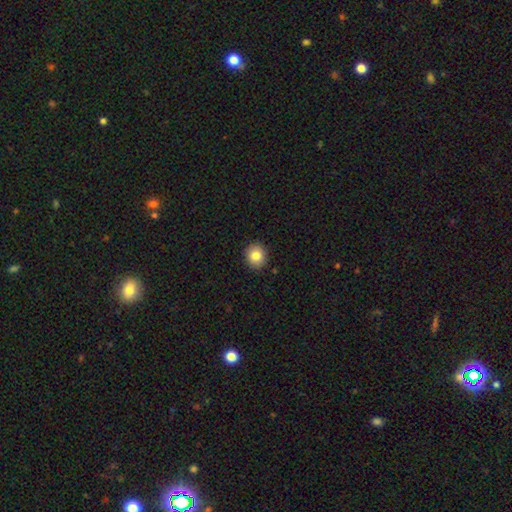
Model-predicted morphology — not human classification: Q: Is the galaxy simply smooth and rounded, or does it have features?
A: smooth — 84%.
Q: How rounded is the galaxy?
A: round — 80%.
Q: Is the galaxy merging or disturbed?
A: none — 91%.